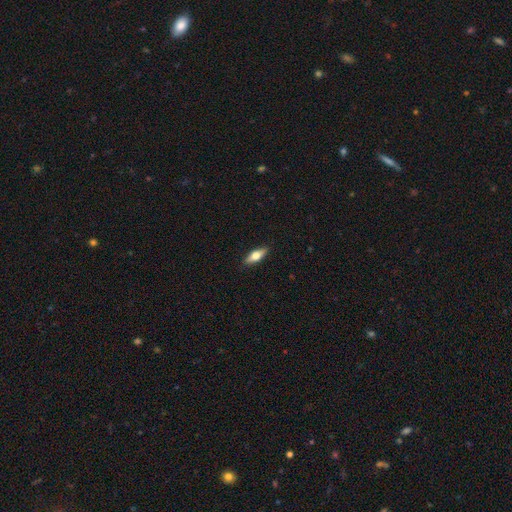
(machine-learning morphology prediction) smooth-or-featured: smooth: 55% | featured or disk: 39% | star or artifact: 6%
  how-rounded: in between: 60% | cigar-shaped: 37% | round: 3%
  merging: none: 90% | minor disturbance: 8% | major disturbance: 2% | merger: 1%